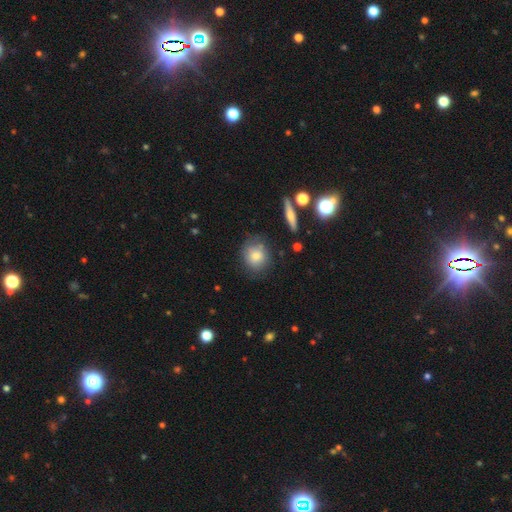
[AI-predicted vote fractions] smooth_or_featured: smooth (p=0.75) [alt: featured or disk p=0.16]
how_rounded: round (p=0.80) [alt: in between p=0.18]
merging: none (p=0.75) [alt: minor disturbance p=0.17]